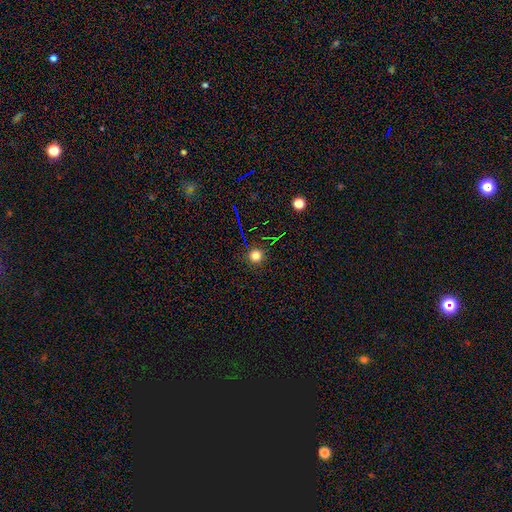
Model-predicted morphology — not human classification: smooth_or_featured: smooth (p=0.77) [alt: star or artifact p=0.17]
how_rounded: round (p=0.95) [alt: in between p=0.04]
merging: none (p=0.90) [alt: minor disturbance p=0.06]